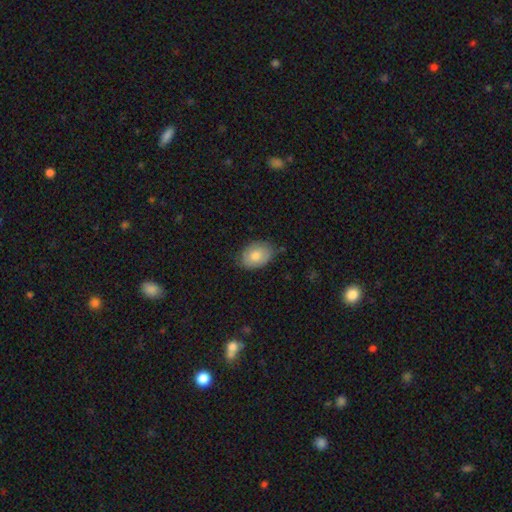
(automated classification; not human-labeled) Smooth or featured: smooth — 75% (featured or disk — 18%)
How rounded: in between — 79% (round — 20%)
Merging: none — 74% (minor disturbance — 21%)